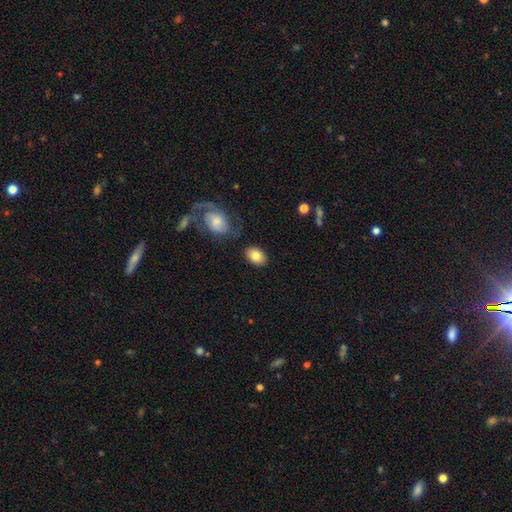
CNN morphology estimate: A smooth galaxy with no disk features (81%) that is in between round and cigar-shaped (78%). Merging: none (81%).